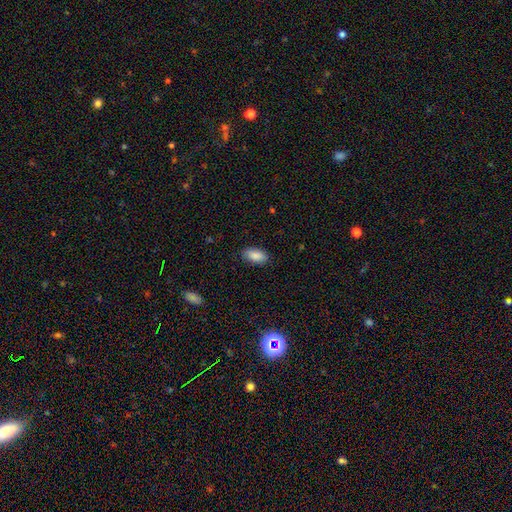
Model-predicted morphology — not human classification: type=smooth (88%); roundness=in between (91%); merging=none (86%).